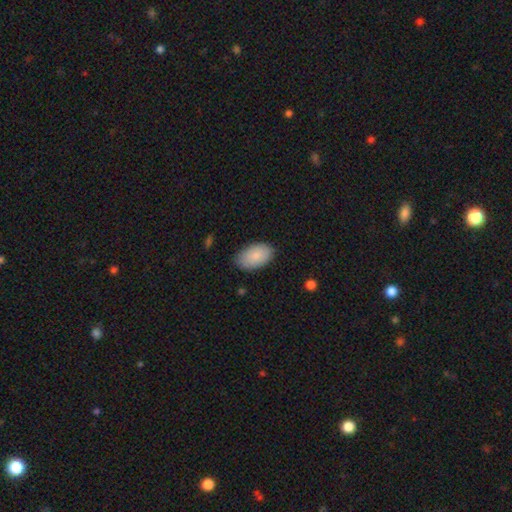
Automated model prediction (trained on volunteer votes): Smooth or featured? Predicted: smooth (p=0.86). How rounded? Predicted: in between (p=0.94). Merging? Predicted: none (p=0.82).